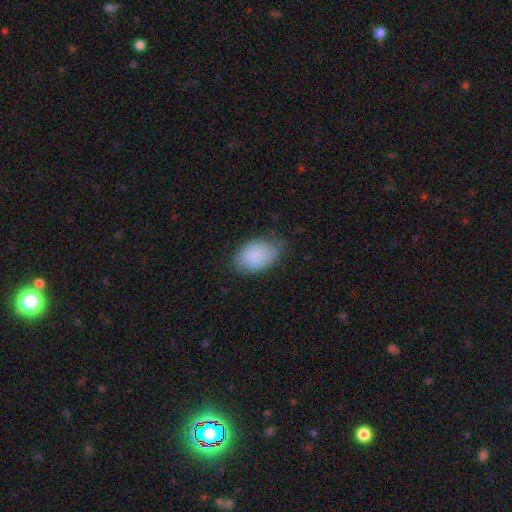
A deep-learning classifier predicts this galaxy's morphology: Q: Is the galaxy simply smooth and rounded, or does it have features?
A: smooth — 88%.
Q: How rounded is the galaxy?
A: in between — 90%.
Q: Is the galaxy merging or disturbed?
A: none — 69%.